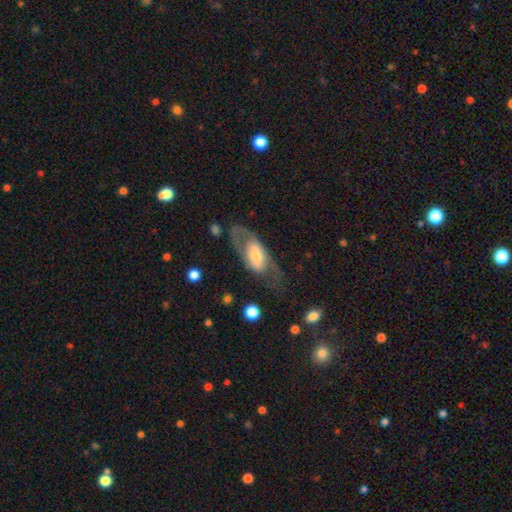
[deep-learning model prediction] smooth_or_featured: featured or disk (p=0.61) [alt: smooth p=0.34]
disk_edge_on: no (p=0.87) [alt: yes p=0.13]
bar: no (p=0.49) [alt: weak p=0.31]
has_spiral_arms: yes (p=0.61) [alt: no p=0.39]
bulge_size: moderate (p=0.45) [alt: small p=0.26]
merging: none (p=0.60) [alt: major disturbance p=0.19]